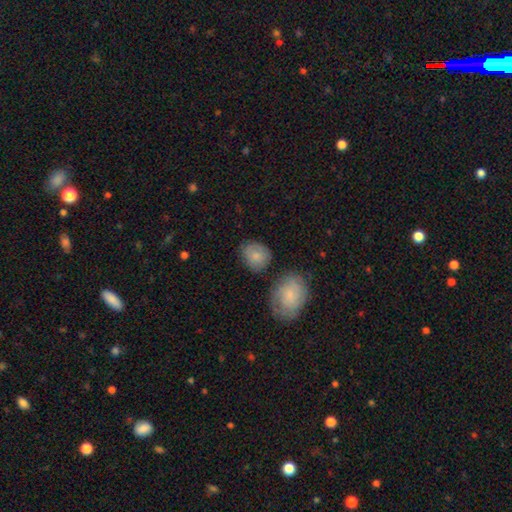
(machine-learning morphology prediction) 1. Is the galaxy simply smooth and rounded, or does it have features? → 78% smooth, 16% featured or disk, 7% star or artifact.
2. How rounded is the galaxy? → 65% round, 34% in between, 1% cigar-shaped.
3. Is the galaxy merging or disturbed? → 68% none, 18% minor disturbance, 8% merger, 6% major disturbance.